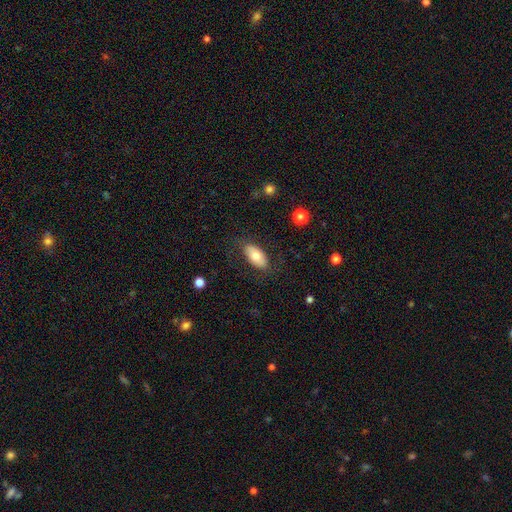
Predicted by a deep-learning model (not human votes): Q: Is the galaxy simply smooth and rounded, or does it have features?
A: smooth — 74%.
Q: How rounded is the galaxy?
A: in between — 92%.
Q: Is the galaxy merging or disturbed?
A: none — 79%.